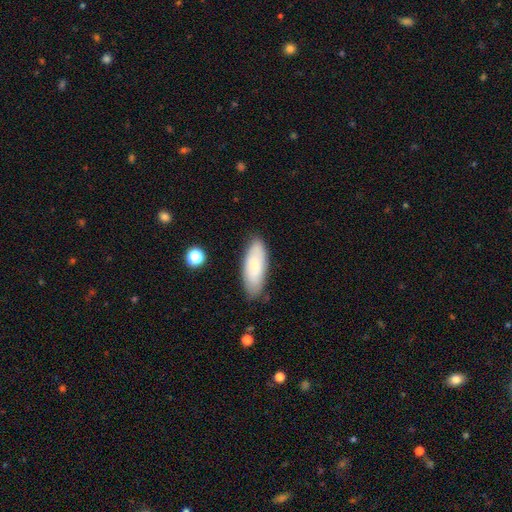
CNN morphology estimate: Smooth or featured? smooth (66%)
How rounded? in between (75%)
Merging? none (78%)